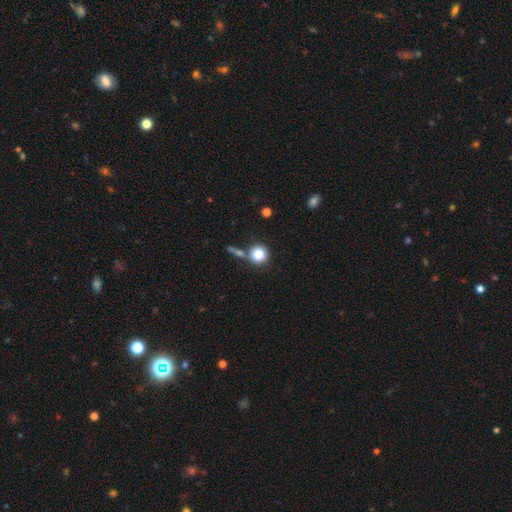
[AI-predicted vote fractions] Smooth or featured?
  - smooth: 59% *
  - star or artifact: 30%
  - featured or disk: 10%
How rounded?
  - round: 92% *
  - in between: 6%
  - cigar-shaped: 2%
Merging?
  - none: 73% *
  - merger: 14%
  - minor disturbance: 8%
  - major disturbance: 5%